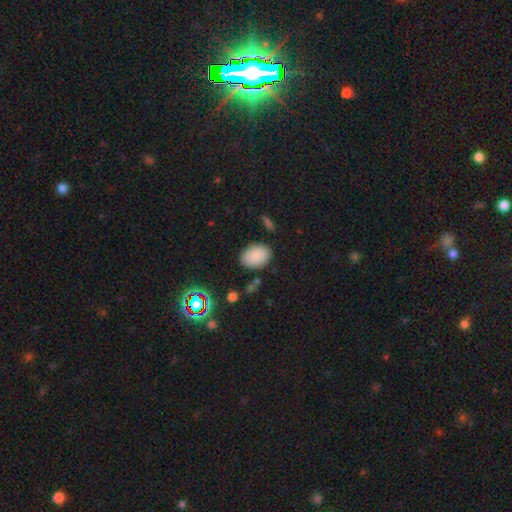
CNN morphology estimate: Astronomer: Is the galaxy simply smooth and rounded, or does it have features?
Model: smooth — 85%.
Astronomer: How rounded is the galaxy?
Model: in between — 81%.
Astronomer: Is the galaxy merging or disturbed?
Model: none — 81%.